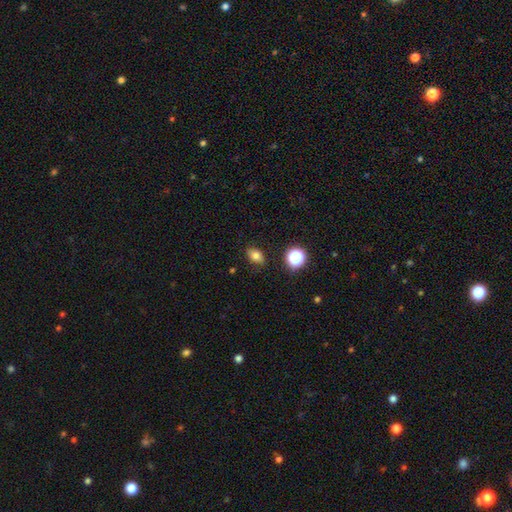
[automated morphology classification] Smooth or featured?
  - smooth: 77% *
  - star or artifact: 13%
  - featured or disk: 10%
How rounded?
  - in between: 78% *
  - round: 19%
  - cigar-shaped: 2%
Merging?
  - none: 85% *
  - minor disturbance: 11%
  - major disturbance: 2%
  - merger: 2%